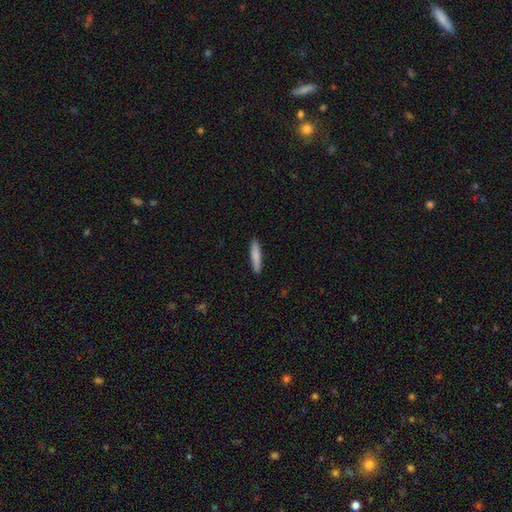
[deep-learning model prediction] This appears to be a smooth galaxy with no disk features (83%) that is cigar-shaped (89%). Merging: none (91%).